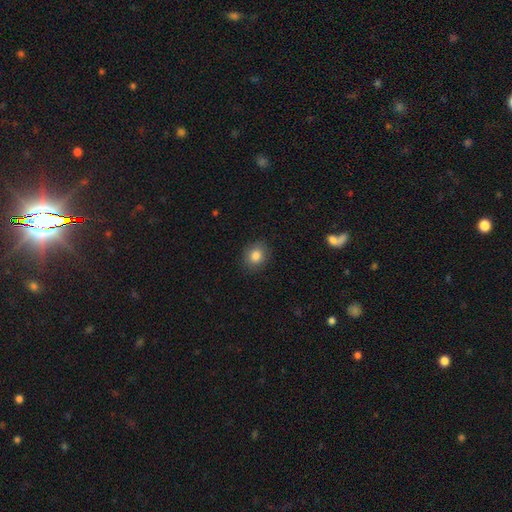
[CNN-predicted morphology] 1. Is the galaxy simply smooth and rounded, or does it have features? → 83% smooth, 10% star or artifact, 7% featured or disk.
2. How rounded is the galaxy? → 69% round, 30% in between, 1% cigar-shaped.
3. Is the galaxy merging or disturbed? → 88% none, 9% minor disturbance, 2% major disturbance, 1% merger.